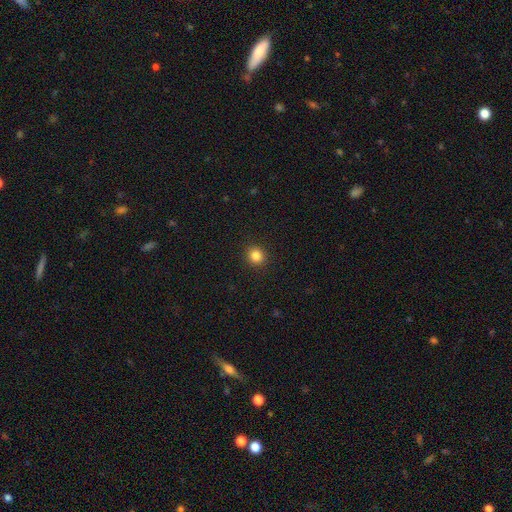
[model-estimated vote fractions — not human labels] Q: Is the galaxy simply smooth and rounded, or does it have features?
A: smooth — 84%.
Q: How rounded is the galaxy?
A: round — 88%.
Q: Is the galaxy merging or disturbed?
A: none — 92%.